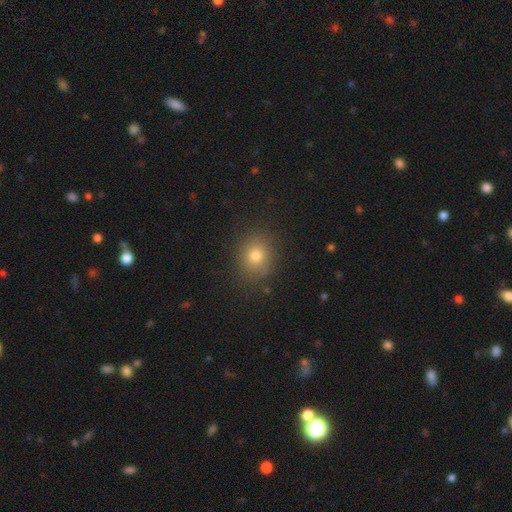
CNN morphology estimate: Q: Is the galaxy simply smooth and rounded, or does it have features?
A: smooth — 76%.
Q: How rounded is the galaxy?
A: round — 70%.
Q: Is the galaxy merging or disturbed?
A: none — 85%.